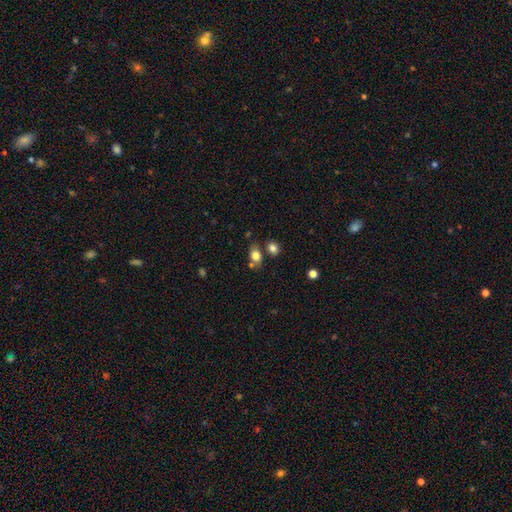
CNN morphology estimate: smooth 80%, star or artifact 11%, featured or disk 8%. Down the decision tree: how rounded — in between (67%); merging — none (65%).